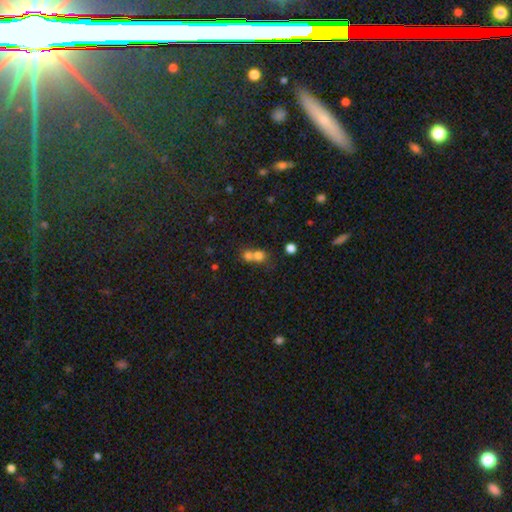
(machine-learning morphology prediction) Q: Smooth or featured?
A: smooth (73%); runner-up: star or artifact (15%)
Q: How rounded?
A: round (81%); runner-up: in between (18%)
Q: Merging?
A: merger (62%); runner-up: none (31%)